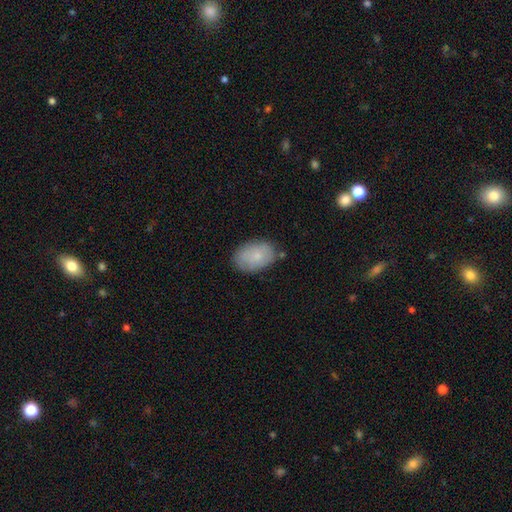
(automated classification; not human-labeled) Smooth or featured? smooth (77%)
How rounded? in between (87%)
Merging? none (78%)